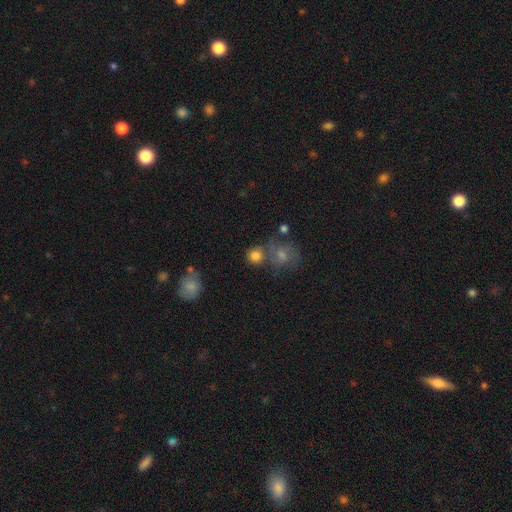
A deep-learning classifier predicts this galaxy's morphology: Smooth or featured? smooth (78%)
How rounded? round (85%)
Merging? none (56%)